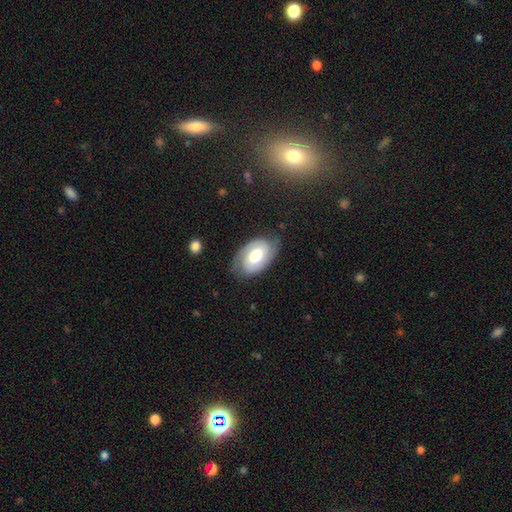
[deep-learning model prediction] smooth_or_featured: featured or disk (p=0.66) [alt: smooth p=0.28]
disk_edge_on: no (p=0.96) [alt: yes p=0.04]
bar: no (p=0.48) [alt: weak p=0.37]
has_spiral_arms: yes (p=0.85) [alt: no p=0.15]
spiral_winding: tight (p=0.51) [alt: medium p=0.36]
spiral_arm_count: 2 (p=0.83) [alt: can't tell p=0.10]
bulge_size: moderate (p=0.60) [alt: large p=0.27]
merging: none (p=0.72) [alt: minor disturbance p=0.19]